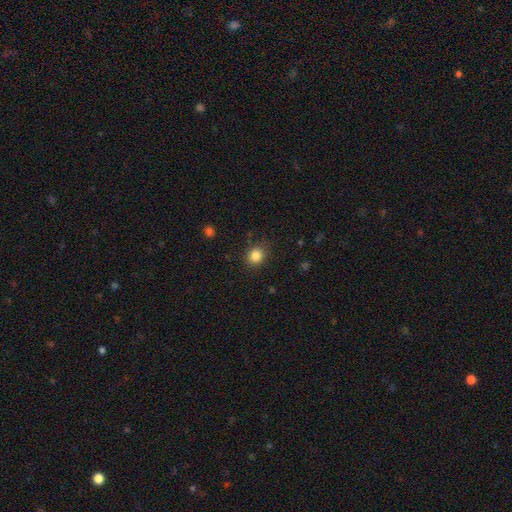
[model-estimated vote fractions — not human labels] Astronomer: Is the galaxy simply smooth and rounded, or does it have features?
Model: smooth — 84%.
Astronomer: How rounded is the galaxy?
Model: round — 75%.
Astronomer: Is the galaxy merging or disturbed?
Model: none — 85%.